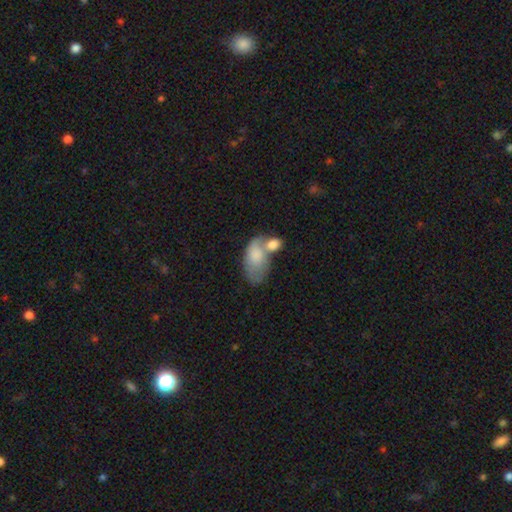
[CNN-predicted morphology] smooth 72%, featured or disk 21%, star or artifact 6%. Down the decision tree: how rounded — in between (92%); merging — merger (56%).